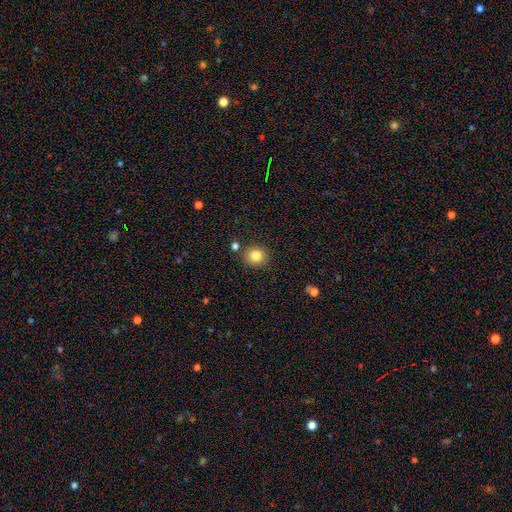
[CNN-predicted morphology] Q: Smooth or featured?
A: smooth (83%); runner-up: star or artifact (11%)
Q: How rounded?
A: round (87%); runner-up: in between (12%)
Q: Merging?
A: none (85%); runner-up: minor disturbance (8%)